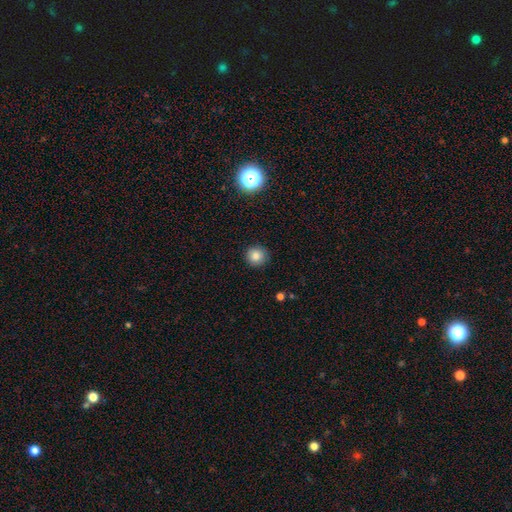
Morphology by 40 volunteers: Smooth or featured? 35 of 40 (88%) said smooth. How rounded? 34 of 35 (97%) said round. Merging? 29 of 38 (76%) said none.